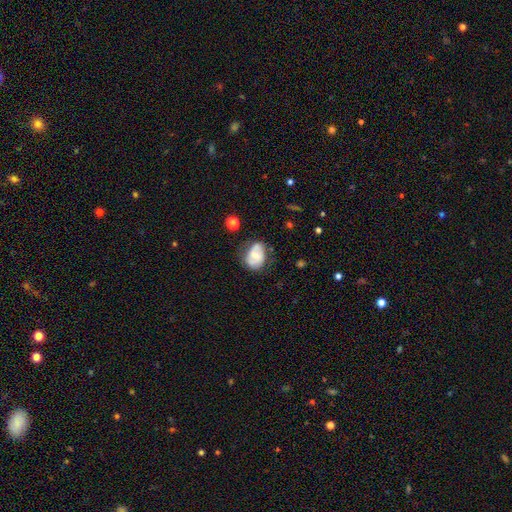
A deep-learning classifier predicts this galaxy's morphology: Smooth or featured: smooth — 48% (featured or disk — 44%)
Merging: none — 56% (minor disturbance — 30%)